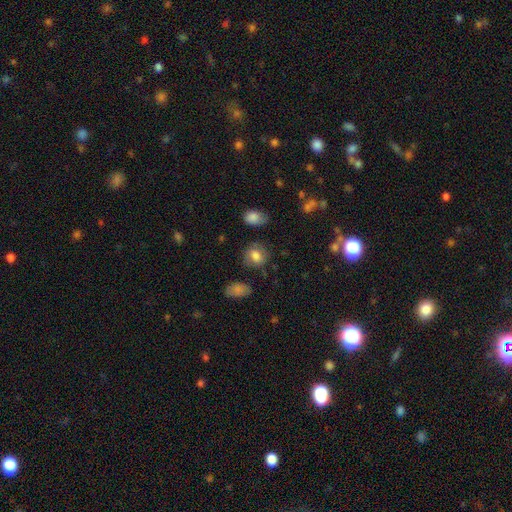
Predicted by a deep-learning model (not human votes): Q: Smooth or featured?
A: smooth (71%); runner-up: featured or disk (20%)
Q: How rounded?
A: round (60%); runner-up: in between (39%)
Q: Merging?
A: none (72%); runner-up: minor disturbance (18%)